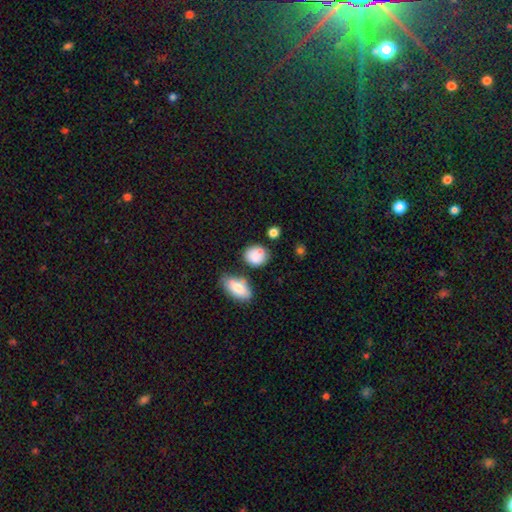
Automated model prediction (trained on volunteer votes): This is clearly a smooth galaxy (81%). How rounded: likely round (66%). Merging: possibly none (60%).